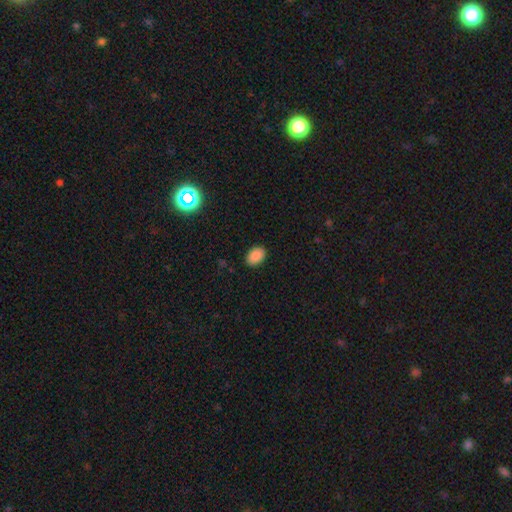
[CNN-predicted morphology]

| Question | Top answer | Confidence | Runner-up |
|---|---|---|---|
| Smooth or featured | smooth | 89% | star or artifact (9%) |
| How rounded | in between | 85% | round (14%) |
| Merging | none | 89% | minor disturbance (8%) |